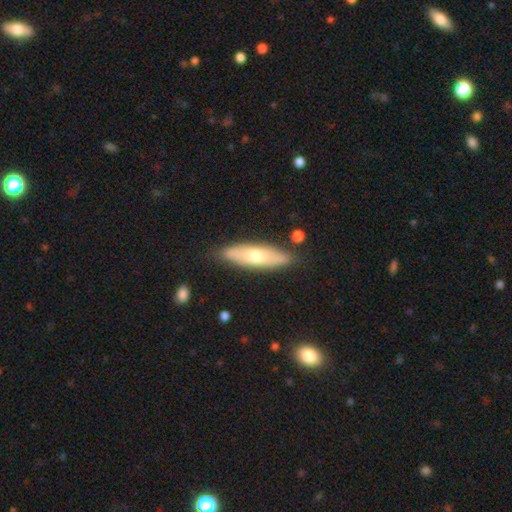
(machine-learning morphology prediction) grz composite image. It shows a smooth galaxy with no disk features (59%) that is cigar-shaped (58%). Merging: none (82%).